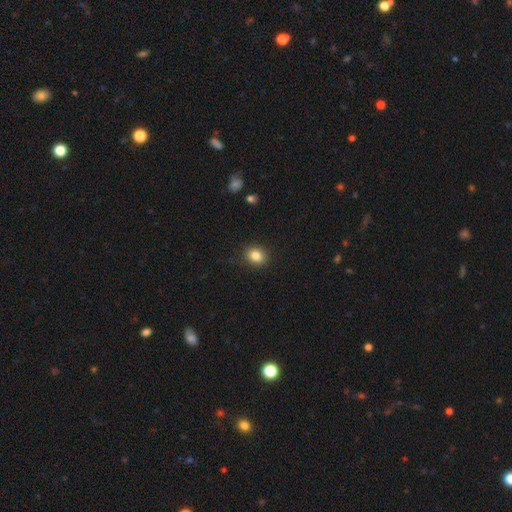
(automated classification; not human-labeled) Smooth or featured: smooth — 84% (star or artifact — 10%)
How rounded: round — 54% (in between — 45%)
Merging: none — 88% (minor disturbance — 8%)